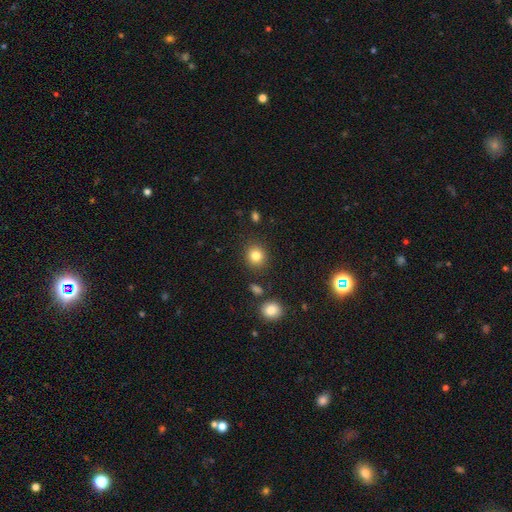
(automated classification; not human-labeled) Morphology: type=smooth (83%); roundness=round (84%); merging=none (87%).